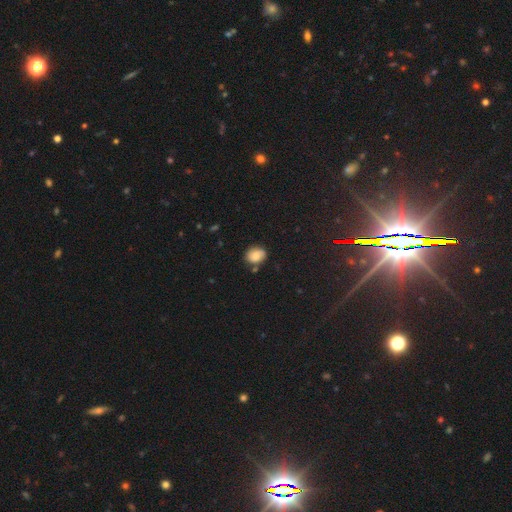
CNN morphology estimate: Smooth or featured: smooth — 77% (featured or disk — 13%)
How rounded: in between — 54% (round — 45%)
Merging: none — 69% (minor disturbance — 20%)